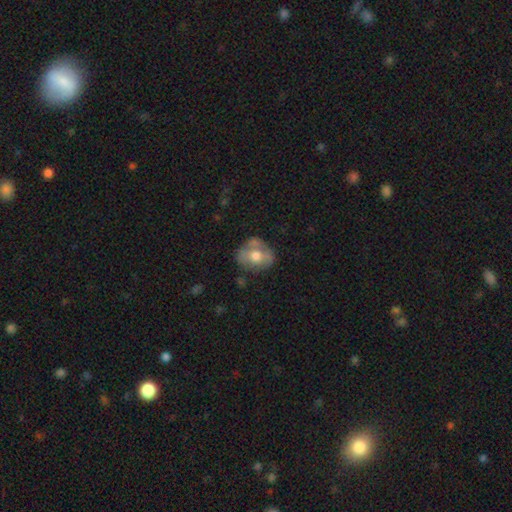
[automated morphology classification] Smooth or featured?
  - smooth: 51% *
  - featured or disk: 41%
  - star or artifact: 7%
How rounded?
  - round: 52% *
  - in between: 46%
  - cigar-shaped: 1%
Merging?
  - none: 56% *
  - minor disturbance: 25%
  - major disturbance: 11%
  - merger: 8%